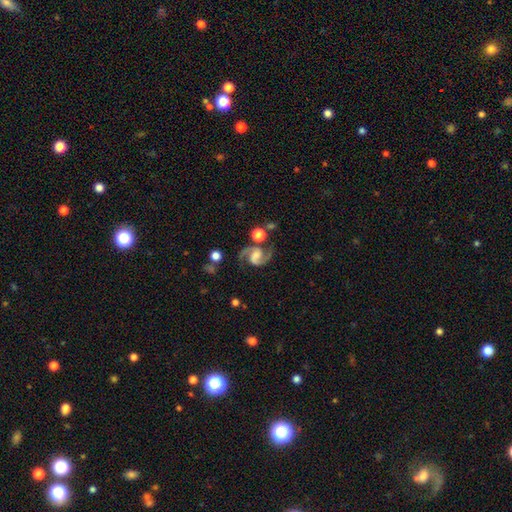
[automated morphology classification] This appears to be a featured or disk galaxy (91%) with a weak bar (44%), 2 (94%) medium (63%) spiral arms (98%) and a moderate central bulge (39%). Merging: none (75%).